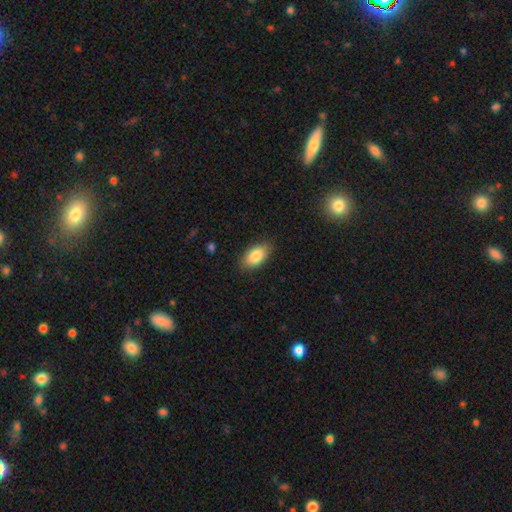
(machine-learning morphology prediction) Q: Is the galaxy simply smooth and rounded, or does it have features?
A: smooth — 85%.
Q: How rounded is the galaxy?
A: in between — 93%.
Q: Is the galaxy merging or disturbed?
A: none — 85%.